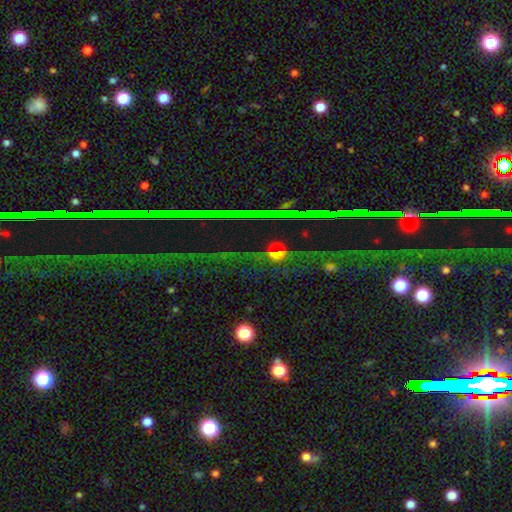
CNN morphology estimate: Q: Smooth or featured?
A: star or artifact (79%); runner-up: featured or disk (11%)